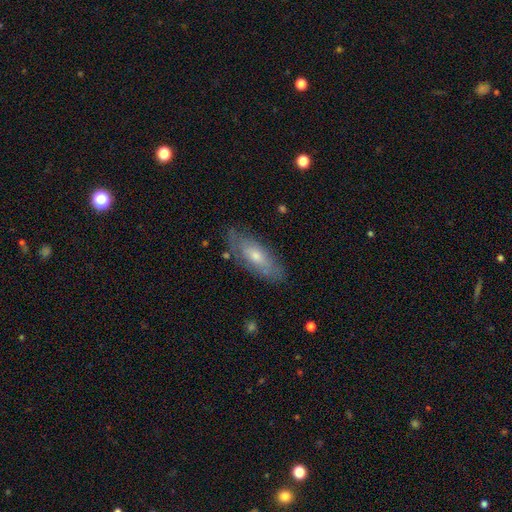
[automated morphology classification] This is possibly a smooth galaxy (47%). Merging: likely none (78%).